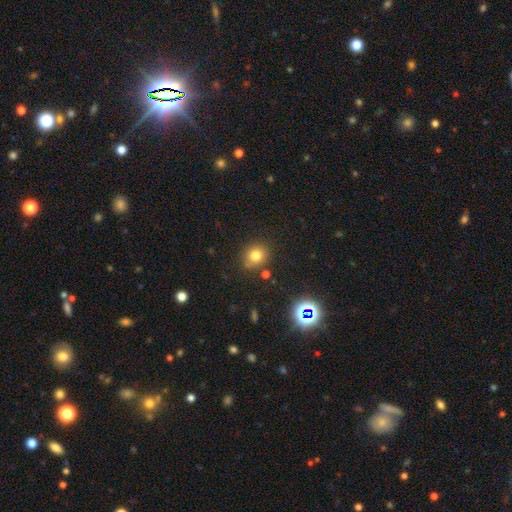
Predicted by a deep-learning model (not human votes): Smooth or featured: smooth — 77% (star or artifact — 15%)
How rounded: round — 79% (in between — 20%)
Merging: none — 79% (minor disturbance — 12%)